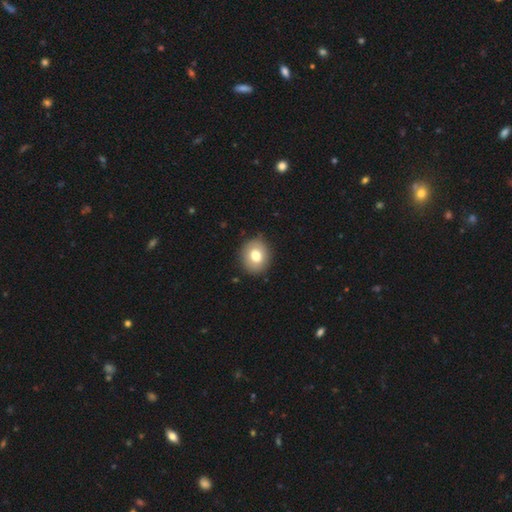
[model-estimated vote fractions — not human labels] Smooth or featured? Predicted: smooth (p=0.76). How rounded? Predicted: round (p=0.74). Merging? Predicted: none (p=0.87).